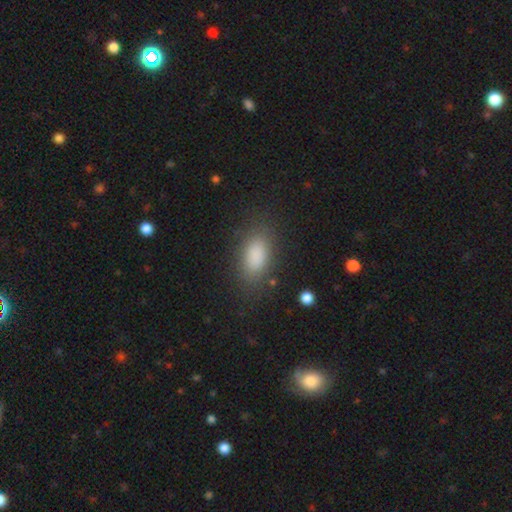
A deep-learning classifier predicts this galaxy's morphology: Smooth or featured: smooth — 86% (star or artifact — 9%)
How rounded: in between — 89% (round — 6%)
Merging: none — 82% (minor disturbance — 12%)